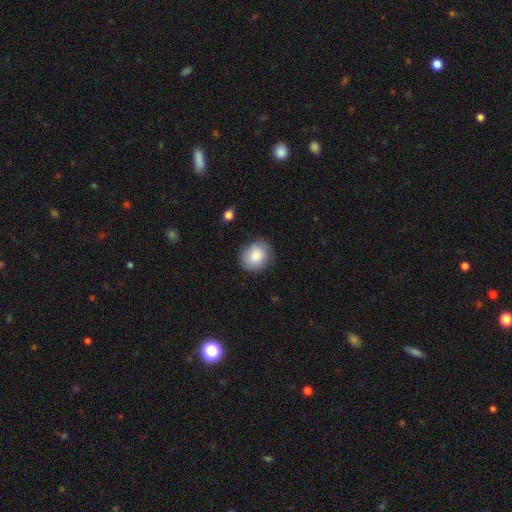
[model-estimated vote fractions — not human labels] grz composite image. It shows a smooth galaxy with no disk features (84%) that is round (69%). Merging: none (79%).